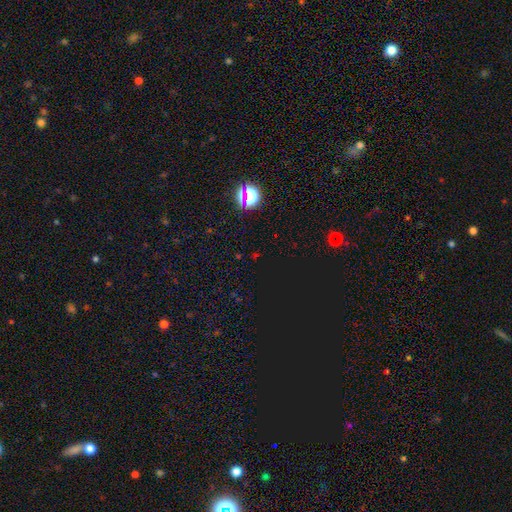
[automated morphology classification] smooth_or_featured: star or artifact (p=0.76) [alt: smooth p=0.18]